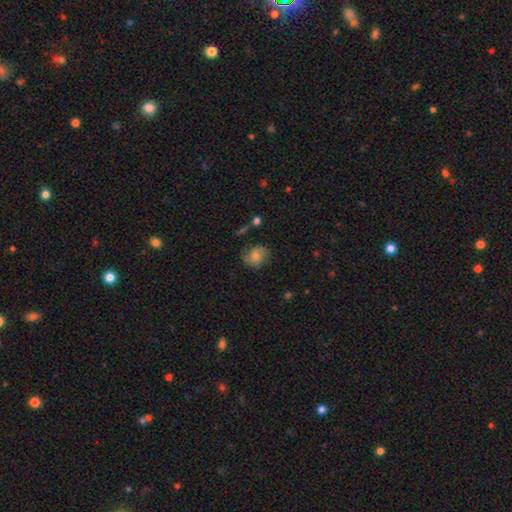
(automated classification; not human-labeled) Smooth or featured: smooth — 55% (featured or disk — 35%)
How rounded: round — 64% (in between — 35%)
Merging: none — 67% (minor disturbance — 22%)